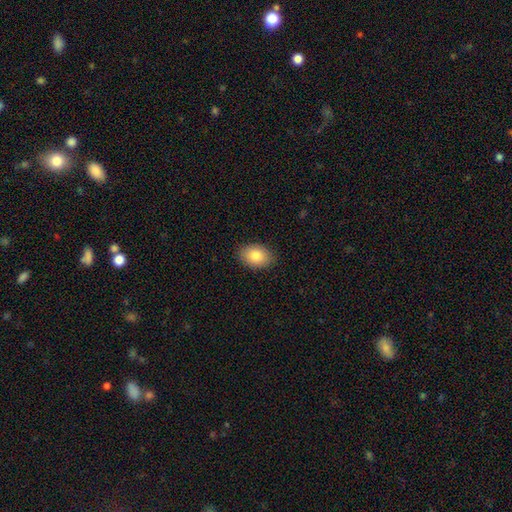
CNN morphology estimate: smooth 85%, featured or disk 7%, star or artifact 7%. Down the decision tree: how rounded — in between (81%); merging — none (88%).